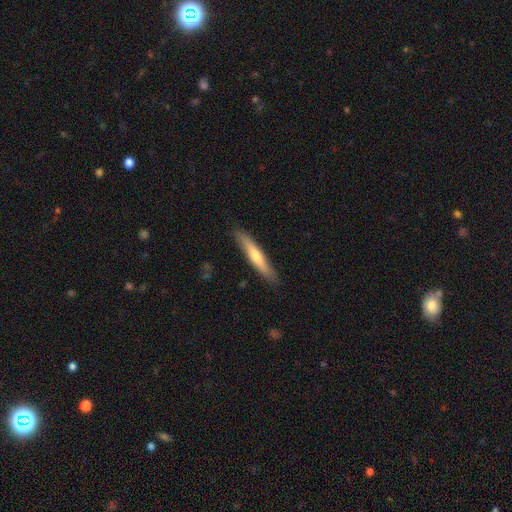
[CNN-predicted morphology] Smooth or featured?
  - smooth: 52% *
  - featured or disk: 42%
  - star or artifact: 5%
How rounded?
  - cigar-shaped: 93% *
  - in between: 6%
  - round: 1%
Merging?
  - none: 88% *
  - minor disturbance: 9%
  - major disturbance: 2%
  - merger: 1%